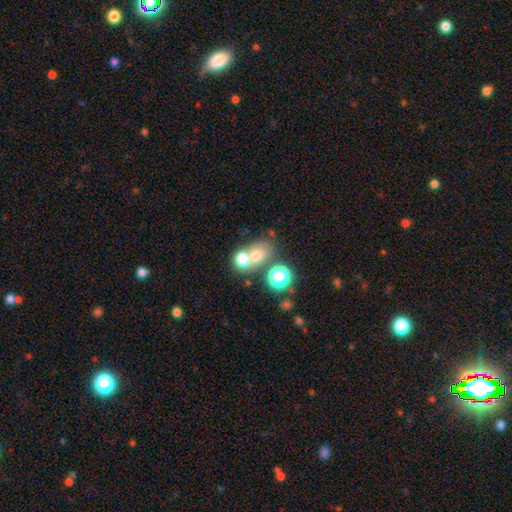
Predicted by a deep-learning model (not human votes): Q: Smooth or featured?
A: smooth (68%); runner-up: star or artifact (17%)
Q: How rounded?
A: round (54%); runner-up: in between (44%)
Q: Merging?
A: merger (46%); runner-up: none (41%)